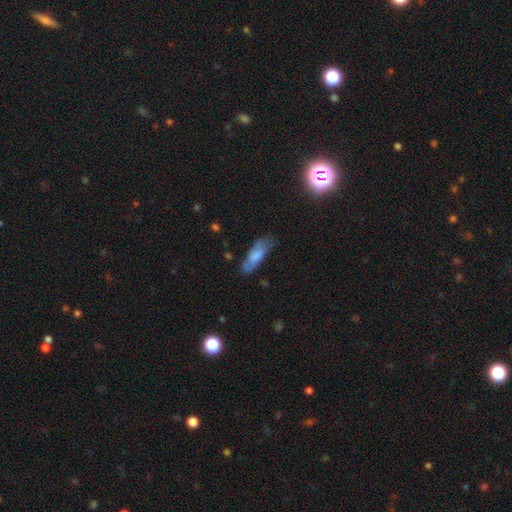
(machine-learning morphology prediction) Q: Smooth or featured?
A: smooth (66%); runner-up: featured or disk (27%)
Q: How rounded?
A: in between (58%); runner-up: cigar-shaped (40%)
Q: Merging?
A: none (61%); runner-up: minor disturbance (27%)